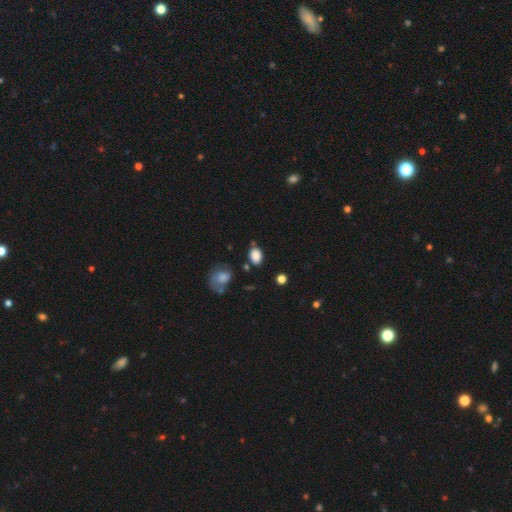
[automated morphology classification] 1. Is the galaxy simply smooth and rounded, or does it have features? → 85% smooth, 9% star or artifact, 5% featured or disk.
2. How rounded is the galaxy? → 72% in between, 27% round, 1% cigar-shaped.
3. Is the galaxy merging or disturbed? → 73% none, 17% minor disturbance, 6% merger, 4% major disturbance.